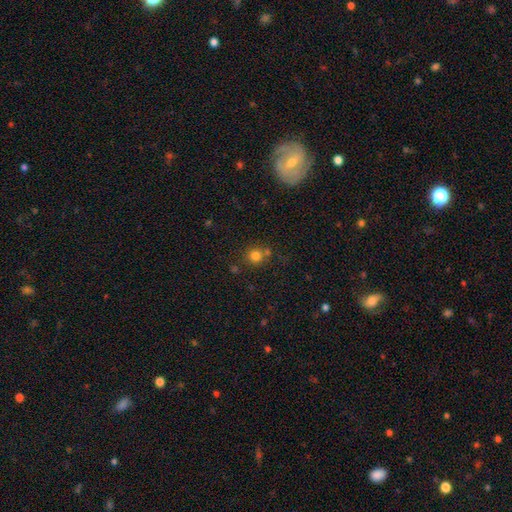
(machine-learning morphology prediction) smooth_or_featured: smooth (p=0.79) [alt: star or artifact p=0.14]
how_rounded: round (p=0.91) [alt: in between p=0.08]
merging: none (p=0.70) [alt: merger p=0.16]